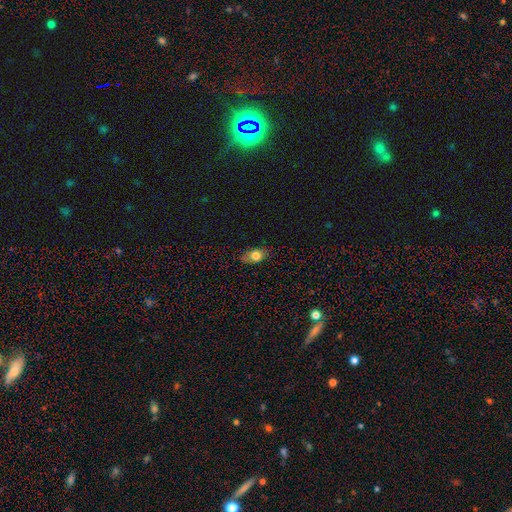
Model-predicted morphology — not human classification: This appears to be a smooth galaxy with no disk features (76%) that is in between round and cigar-shaped (78%). Merging: none (75%).